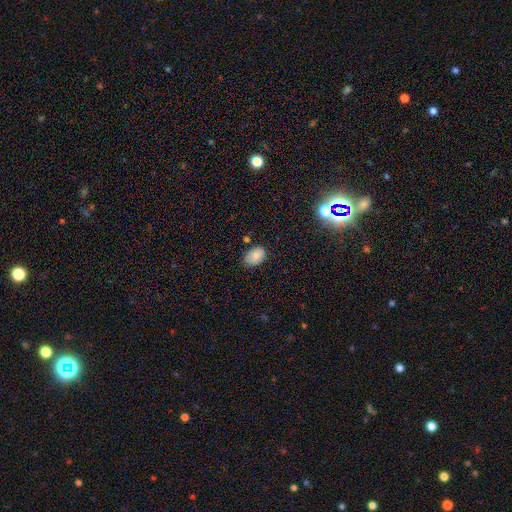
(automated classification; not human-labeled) Morphology: type=smooth (82%); roundness=in between (83%); merging=none (77%).